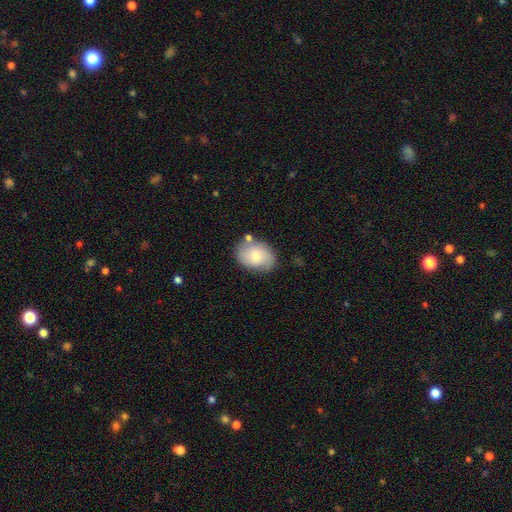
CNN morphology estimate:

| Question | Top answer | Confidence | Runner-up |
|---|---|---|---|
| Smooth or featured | smooth | 55% | featured or disk (38%) |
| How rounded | in between | 65% | round (33%) |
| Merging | none | 69% | minor disturbance (19%) |